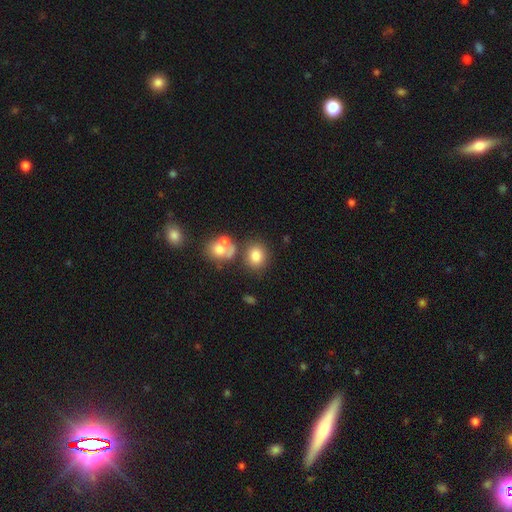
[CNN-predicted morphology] A smooth galaxy with no disk features (79%) that is round (65%).

Vote fractions:
- Smooth or featured? smooth: 79% / star or artifact: 12% / featured or disk: 9%
- How rounded? round: 65% / in between: 34% / cigar-shaped: 1%
- Merging? none: 65% / merger: 17% / minor disturbance: 13% / major disturbance: 5%